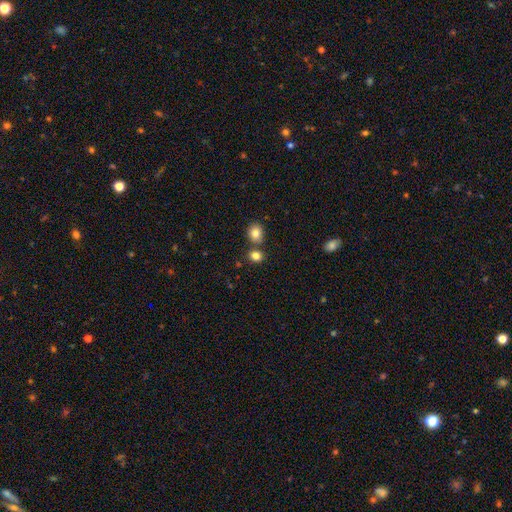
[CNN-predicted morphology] Q: Smooth or featured?
A: smooth (82%); runner-up: star or artifact (12%)
Q: How rounded?
A: round (65%); runner-up: in between (34%)
Q: Merging?
A: none (65%); runner-up: merger (23%)